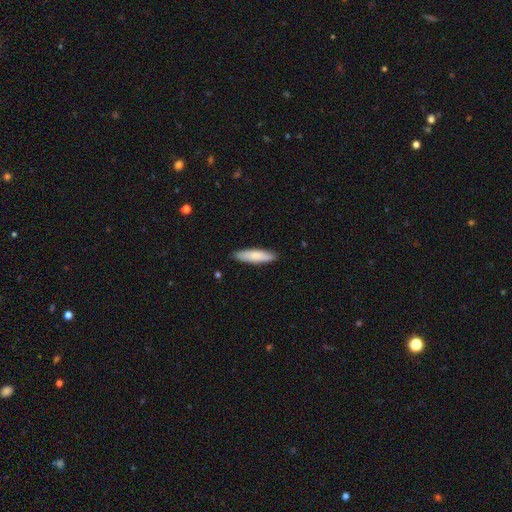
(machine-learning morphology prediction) A smooth galaxy with no disk features (81%) that is cigar-shaped (70%).

Vote fractions:
- Smooth or featured? smooth: 81% / featured or disk: 14% / star or artifact: 5%
- How rounded? cigar-shaped: 70% / in between: 29% / round: 1%
- Merging? none: 88% / minor disturbance: 10% / major disturbance: 2% / merger: 1%